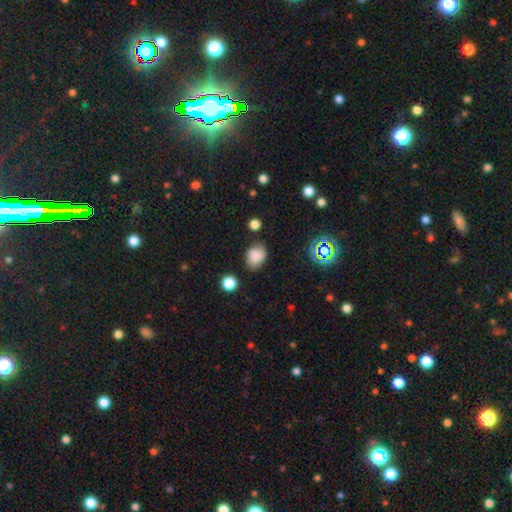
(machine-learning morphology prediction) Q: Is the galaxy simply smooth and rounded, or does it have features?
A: smooth — 77%.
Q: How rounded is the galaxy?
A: in between — 60%.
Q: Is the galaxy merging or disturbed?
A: none — 67%.